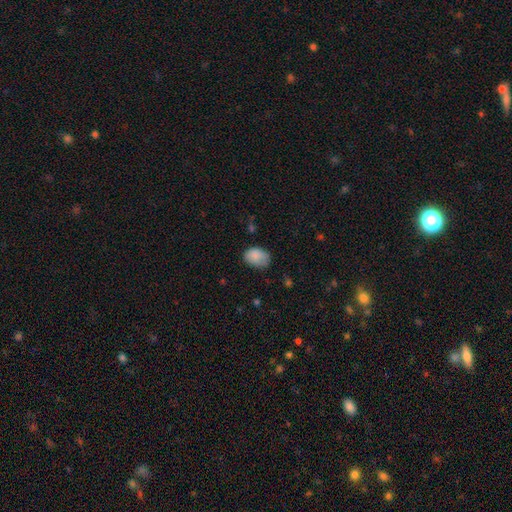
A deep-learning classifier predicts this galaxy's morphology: This is clearly a smooth galaxy (85%). How rounded: likely in between (77%). Merging: likely none (63%).